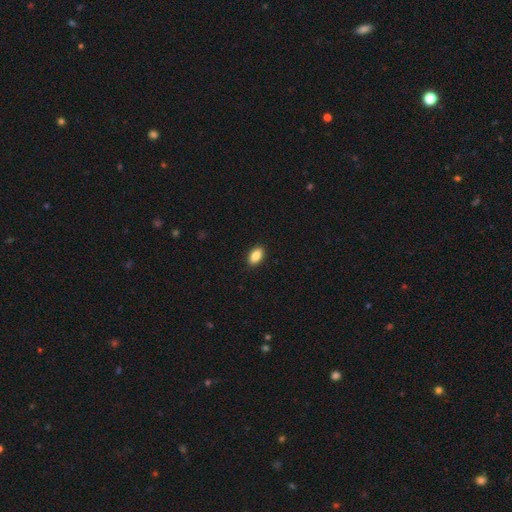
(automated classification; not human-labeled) This appears to be a smooth galaxy with no disk features (87%) that is in between round and cigar-shaped (91%). Merging: none (91%).